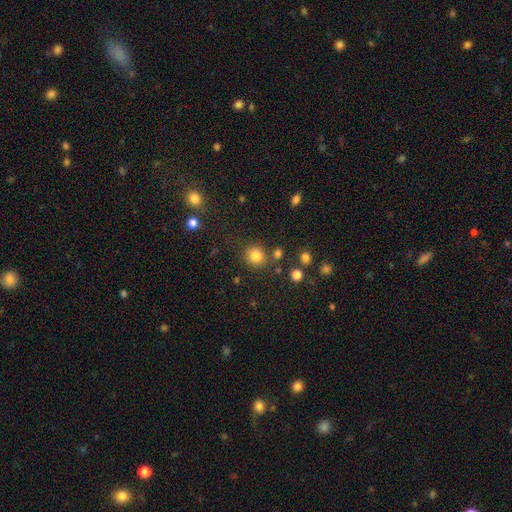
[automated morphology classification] type=smooth (82%); roundness=round (88%); merging=none (82%).